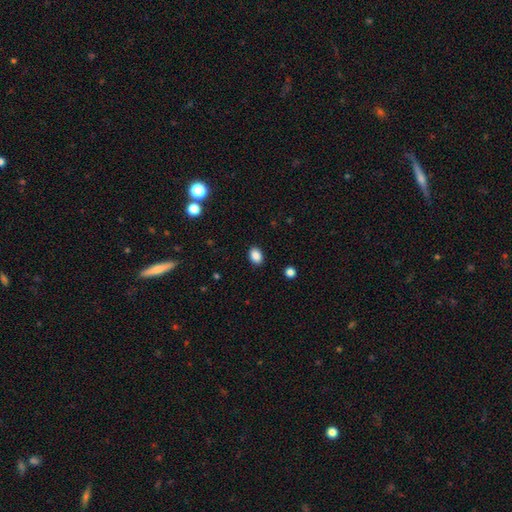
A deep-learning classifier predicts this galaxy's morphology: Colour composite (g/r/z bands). It shows a smooth galaxy with no disk features (87%) that is in between round and cigar-shaped (74%). Merging: none (89%).